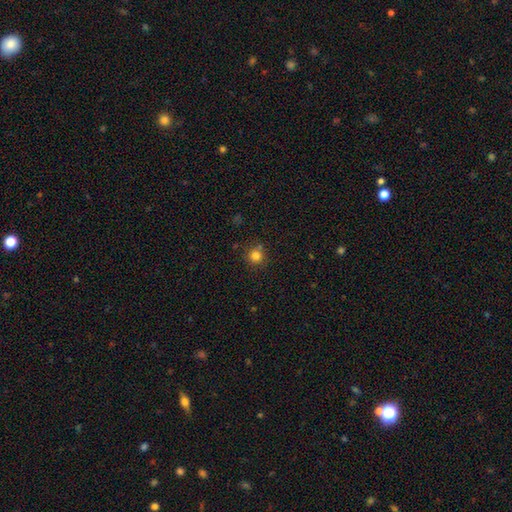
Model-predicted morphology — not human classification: Smooth or featured? smooth (81%)
How rounded? round (93%)
Merging? none (79%)